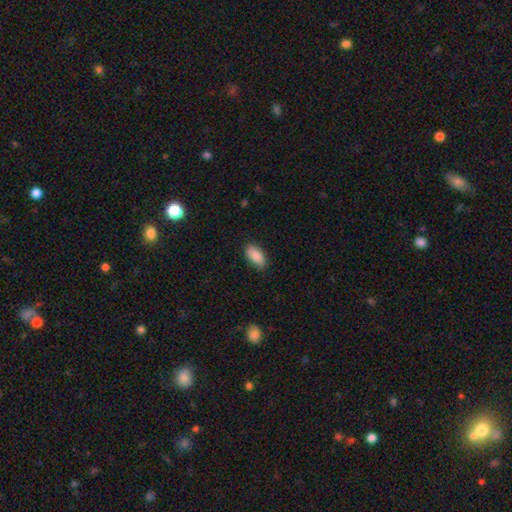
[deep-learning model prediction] Overall: smooth (88%). How rounded: in between (93%). Merging: none (83%).